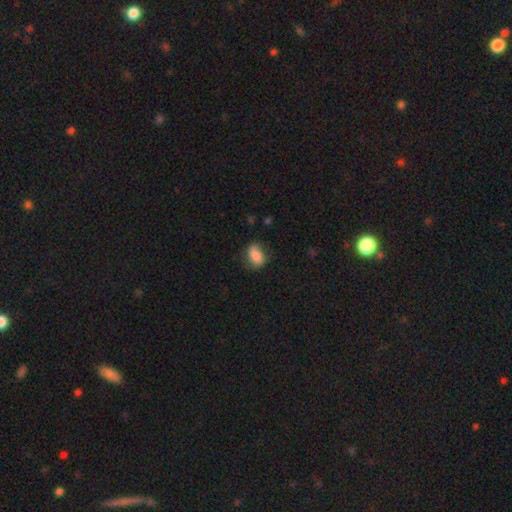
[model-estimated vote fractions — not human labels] smooth_or_featured: smooth (p=0.81) [alt: featured or disk p=0.12]
how_rounded: in between (p=0.80) [alt: round p=0.18]
merging: none (p=0.66) [alt: minor disturbance p=0.25]